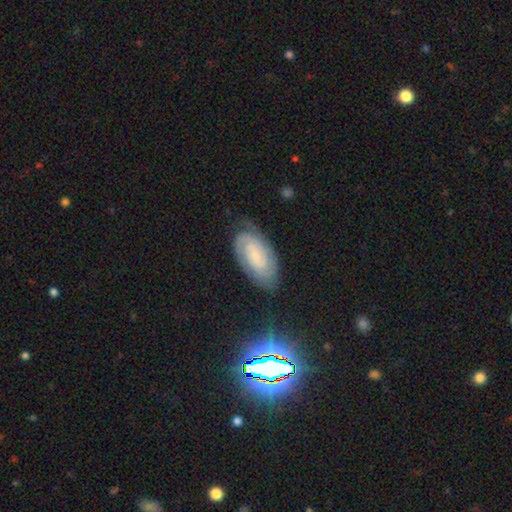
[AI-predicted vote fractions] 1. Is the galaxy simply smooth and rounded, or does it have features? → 79% featured or disk, 13% smooth, 8% star or artifact.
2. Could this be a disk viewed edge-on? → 96% no, 4% yes.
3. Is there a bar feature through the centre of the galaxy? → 57% no, 33% weak, 10% strong.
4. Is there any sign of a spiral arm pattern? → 96% yes, 4% no.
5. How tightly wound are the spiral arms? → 69% tight, 25% medium, 5% loose.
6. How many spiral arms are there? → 68% 2, 17% can't tell, 7% 3, 3% 1, 3% 4, 2% more than 4.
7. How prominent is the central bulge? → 69% small, 14% none, 13% moderate, 2% large, 1% dominant.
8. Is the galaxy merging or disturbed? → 77% none, 16% minor disturbance, 5% major disturbance, 1% merger.